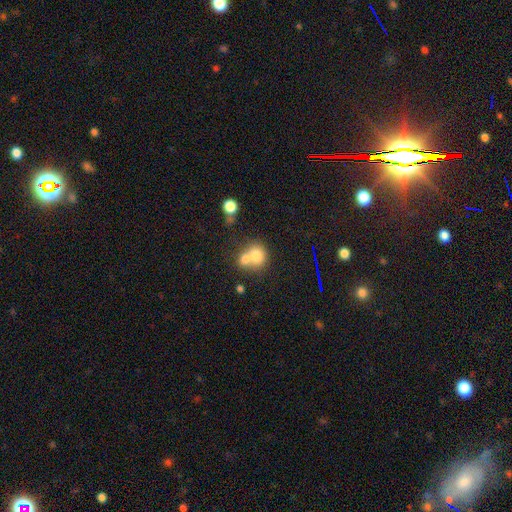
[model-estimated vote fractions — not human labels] A smooth galaxy with no disk features (73%) that is round (73%).

Vote fractions:
- Smooth or featured? smooth: 73% / featured or disk: 16% / star or artifact: 11%
- How rounded? round: 73% / in between: 26% / cigar-shaped: 1%
- Merging? merger: 61% / none: 29% / minor disturbance: 7% / major disturbance: 3%